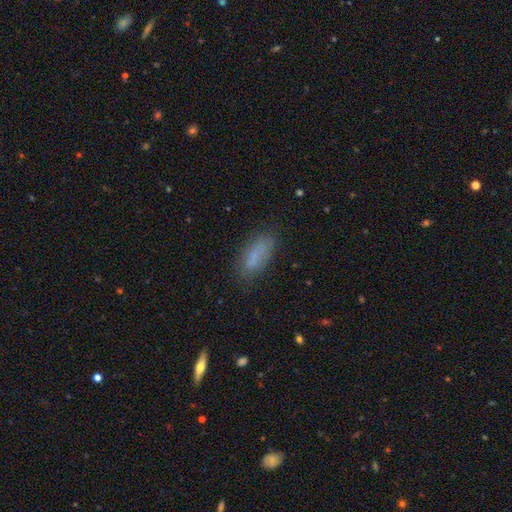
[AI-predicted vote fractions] smooth_or_featured: smooth (p=0.78) [alt: featured or disk p=0.13]
how_rounded: in between (p=0.69) [alt: cigar-shaped p=0.28]
merging: none (p=0.76) [alt: minor disturbance p=0.17]